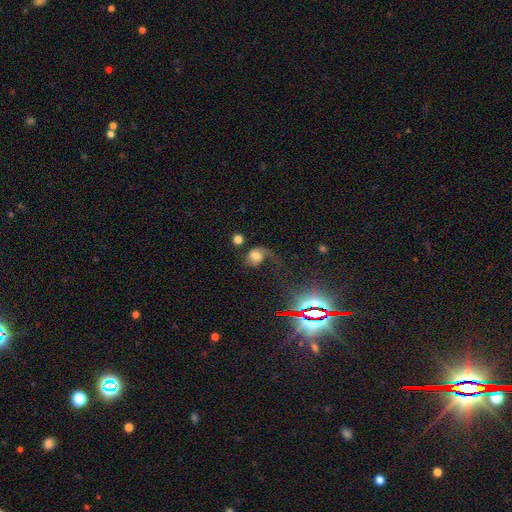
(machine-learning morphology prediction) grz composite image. It shows a smooth galaxy with no disk features (54%) that is round (52%). Merging: major disturbance (40%).